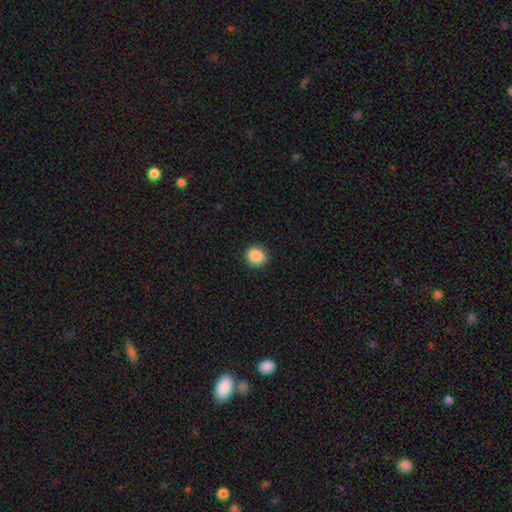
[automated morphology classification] Overall: smooth (88%). How rounded: round (82%). Merging: none (89%).